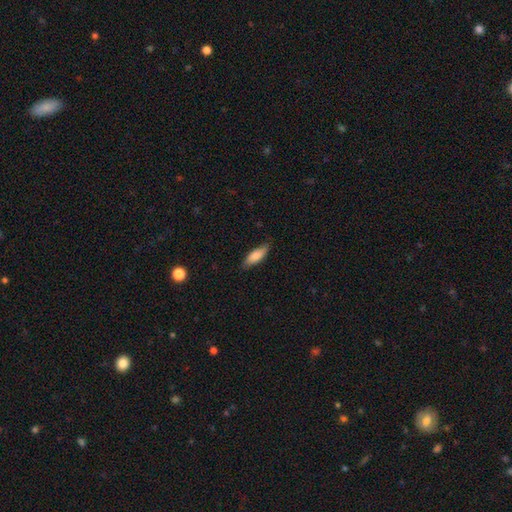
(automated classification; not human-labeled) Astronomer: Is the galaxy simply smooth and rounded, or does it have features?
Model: smooth — 82%.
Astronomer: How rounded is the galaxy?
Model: in between — 62%.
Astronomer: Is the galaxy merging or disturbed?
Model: none — 79%.